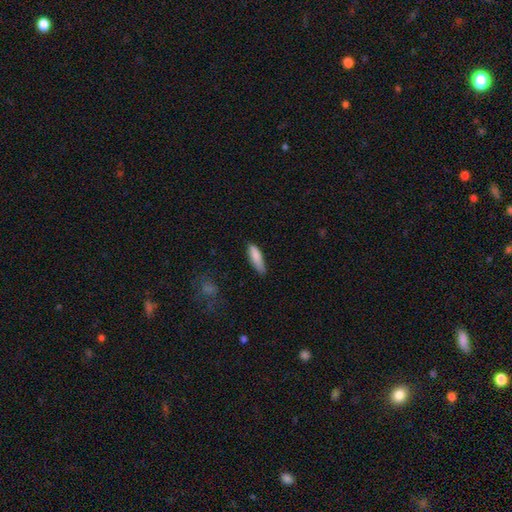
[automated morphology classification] The model was most divided on "how rounded": cigar-shaped: 61%, in between: 38%, round: 2%. More confident: smooth or featured — smooth (84%); merging — none (72%).